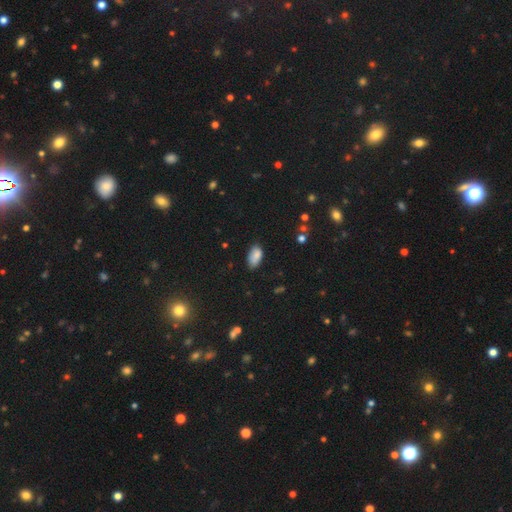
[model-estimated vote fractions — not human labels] smooth_or_featured: smooth (p=0.81) [alt: star or artifact p=0.10]
how_rounded: in between (p=0.93) [alt: round p=0.04]
merging: none (p=0.66) [alt: minor disturbance p=0.25]